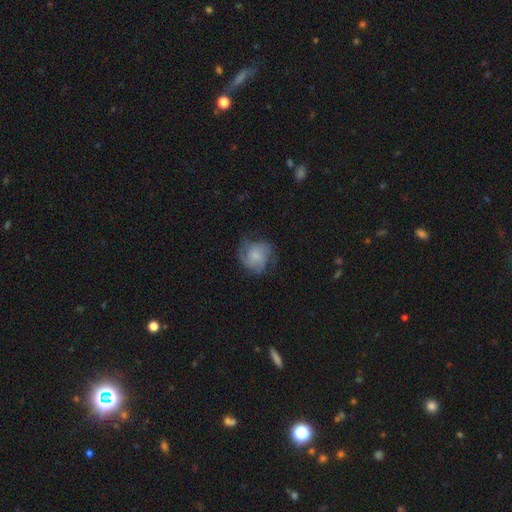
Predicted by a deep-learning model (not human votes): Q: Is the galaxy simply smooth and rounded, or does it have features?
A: featured or disk — 59%.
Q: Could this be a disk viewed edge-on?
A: no — 98%.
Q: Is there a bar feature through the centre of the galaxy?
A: no — 75%.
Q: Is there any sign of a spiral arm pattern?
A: yes — 90%.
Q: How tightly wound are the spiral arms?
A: medium — 44%.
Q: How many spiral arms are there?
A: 3 — 34%.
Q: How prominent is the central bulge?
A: small — 47%.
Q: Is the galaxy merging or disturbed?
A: none — 63%.